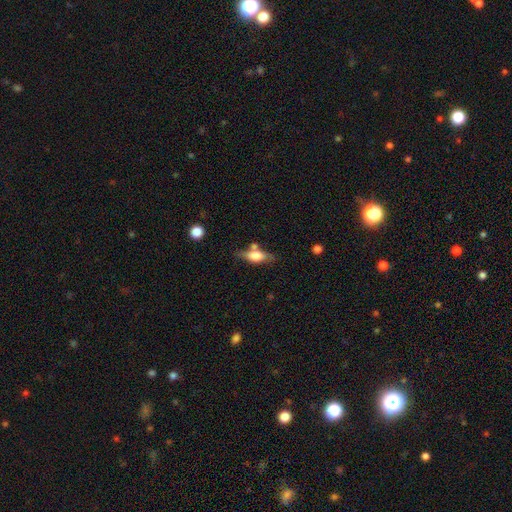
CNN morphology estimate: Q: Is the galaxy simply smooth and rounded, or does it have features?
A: smooth — 54%.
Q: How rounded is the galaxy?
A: in between — 60%.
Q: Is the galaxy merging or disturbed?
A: none — 62%.